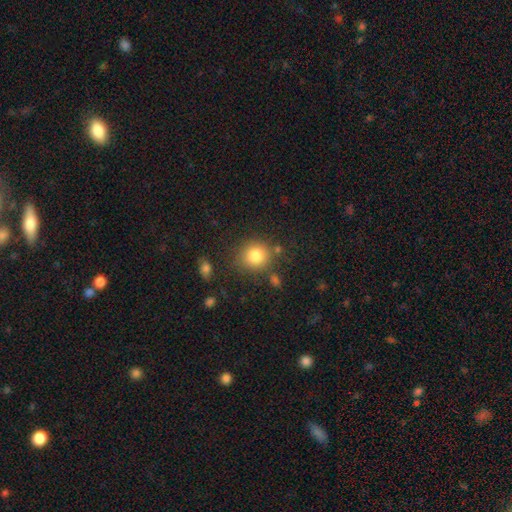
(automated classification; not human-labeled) Overall: smooth (82%). How rounded: round (87%). Merging: none (80%).